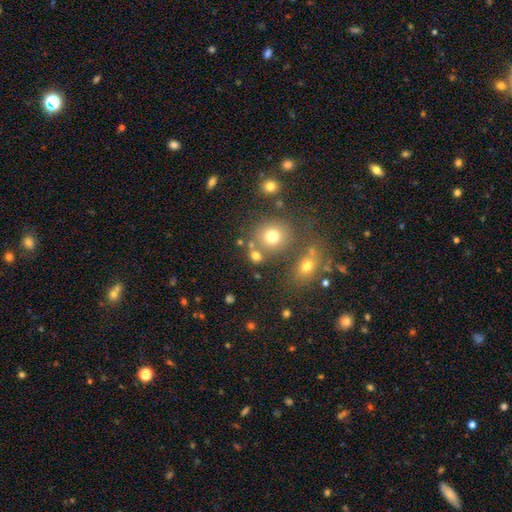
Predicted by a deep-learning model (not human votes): Smooth or featured: smooth — 71% (star or artifact — 20%)
How rounded: round — 74% (in between — 24%)
Merging: none — 67% (merger — 18%)